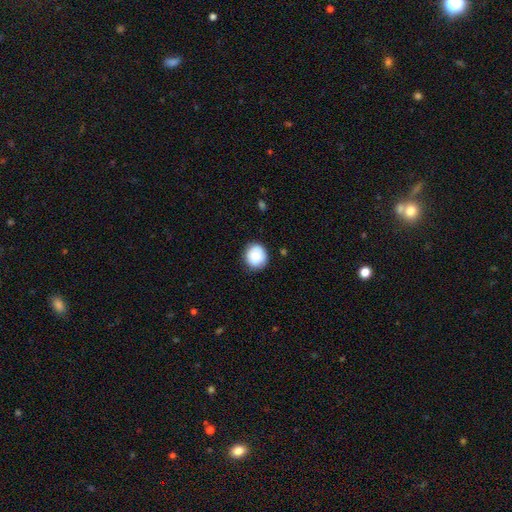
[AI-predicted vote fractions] A smooth galaxy with no disk features (82%) that is round (85%). Merging: none (83%).